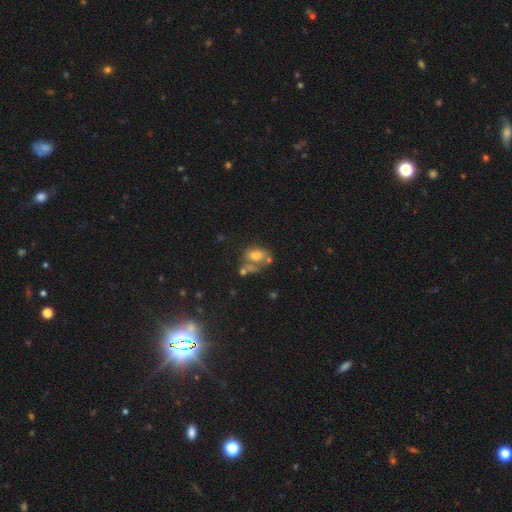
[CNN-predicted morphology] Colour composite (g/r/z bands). It shows a smooth galaxy with no disk features (67%) that is in between round and cigar-shaped (70%). Merging: none (39%).